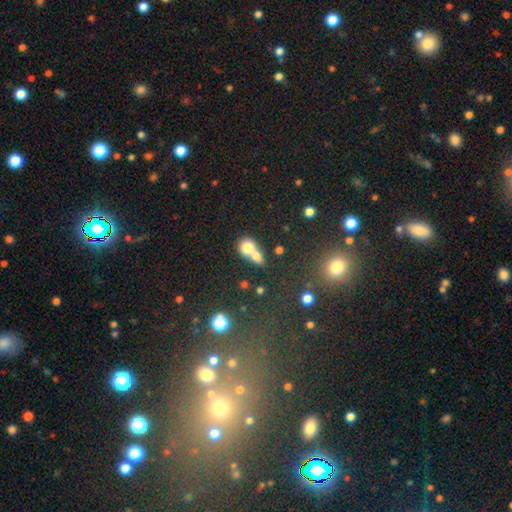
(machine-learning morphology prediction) This is likely a smooth galaxy (72%). How rounded: likely round (66%). Merging: likely merger (69%).